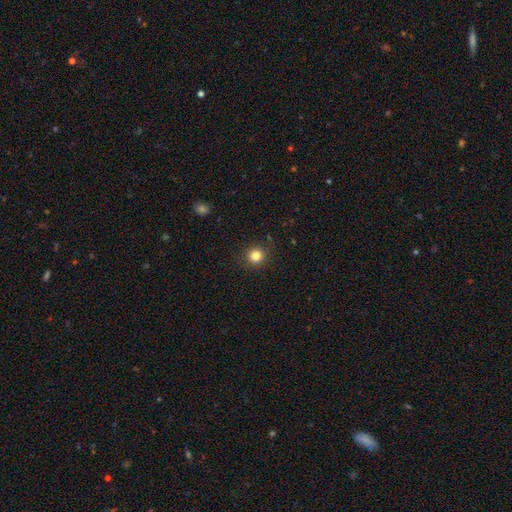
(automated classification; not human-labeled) smooth 83%, star or artifact 12%, featured or disk 5%. Down the decision tree: how rounded — round (92%); merging — none (90%).